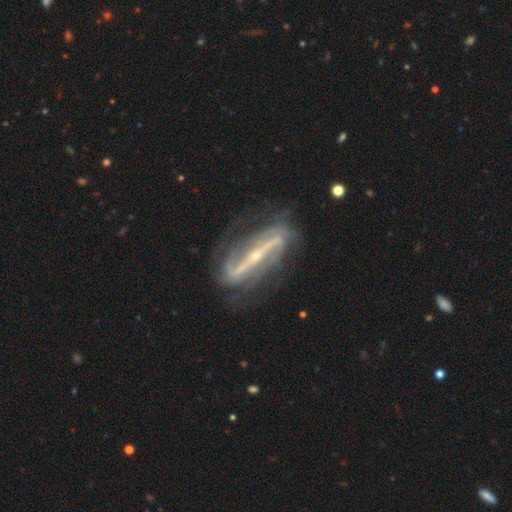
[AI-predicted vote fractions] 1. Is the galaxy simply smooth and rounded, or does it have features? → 90% featured or disk, 5% star or artifact, 4% smooth.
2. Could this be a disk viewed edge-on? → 81% no, 19% yes.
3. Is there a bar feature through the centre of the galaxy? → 80% strong, 11% weak, 9% no.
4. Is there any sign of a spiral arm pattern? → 93% yes, 7% no.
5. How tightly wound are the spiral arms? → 40% loose, 35% medium, 25% tight.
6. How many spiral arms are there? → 84% 2, 7% can't tell, 3% 3, 2% 1, 2% 4, 2% more than 4.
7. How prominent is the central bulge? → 81% small, 15% moderate, 1% large, 1% none, 1% dominant.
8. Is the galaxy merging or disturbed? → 71% none, 17% minor disturbance, 9% major disturbance, 2% merger.